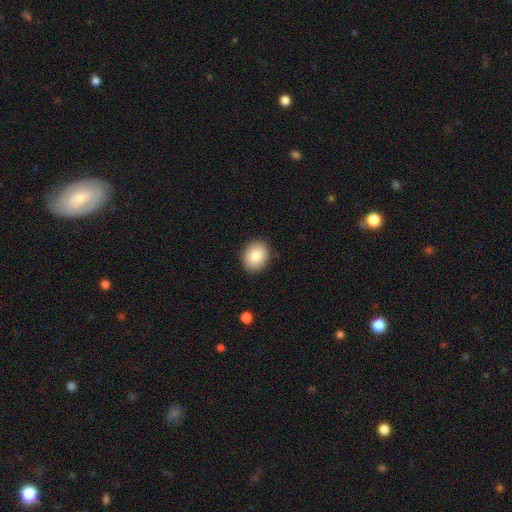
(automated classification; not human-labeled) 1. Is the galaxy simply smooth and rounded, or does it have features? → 85% smooth, 7% featured or disk, 7% star or artifact.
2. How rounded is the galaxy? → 53% in between, 46% round, 1% cigar-shaped.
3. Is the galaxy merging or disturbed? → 89% none, 8% minor disturbance, 2% major disturbance, 1% merger.